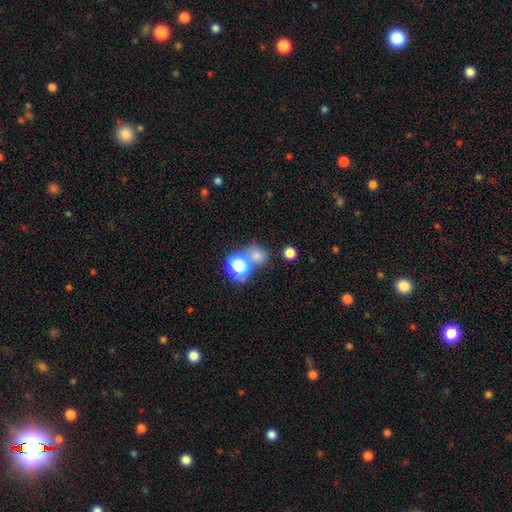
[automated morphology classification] smooth 68%, star or artifact 25%, featured or disk 8%. Down the decision tree: how rounded — round (75%); merging — none (61%).